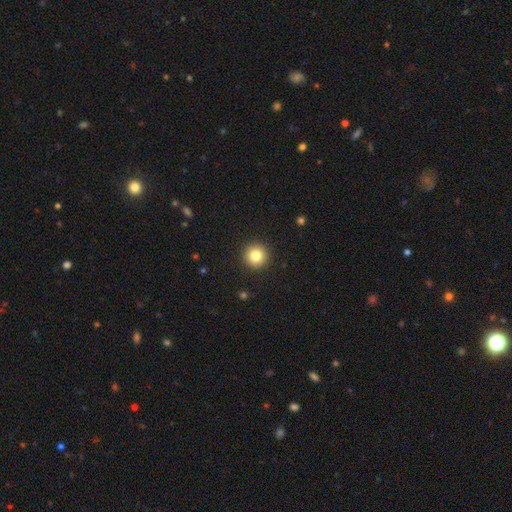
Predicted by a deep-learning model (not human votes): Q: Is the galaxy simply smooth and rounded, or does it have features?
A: smooth — 82%.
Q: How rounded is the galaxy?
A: round — 96%.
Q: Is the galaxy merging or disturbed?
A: none — 93%.